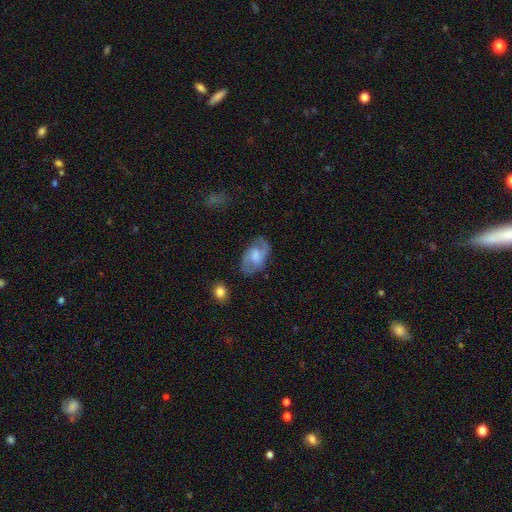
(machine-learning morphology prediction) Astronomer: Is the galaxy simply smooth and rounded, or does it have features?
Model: featured or disk — 59%.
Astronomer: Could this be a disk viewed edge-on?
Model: no — 95%.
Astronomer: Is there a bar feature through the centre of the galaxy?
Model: weak — 52% (runner-up: no, 35%).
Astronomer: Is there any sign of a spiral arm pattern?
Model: yes — 84%.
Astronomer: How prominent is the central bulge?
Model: moderate — 36% (runner-up: small, 27%).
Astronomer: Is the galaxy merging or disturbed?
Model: none — 72%.